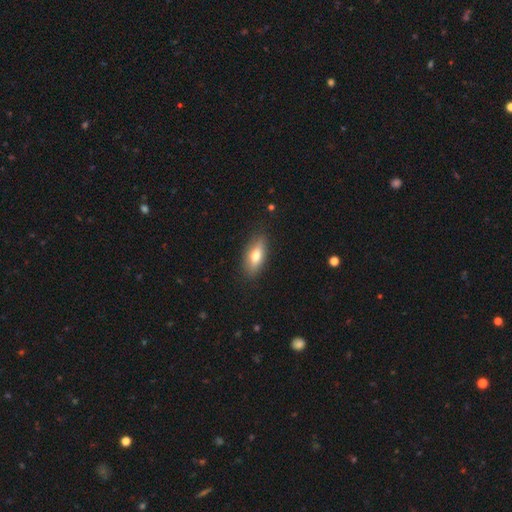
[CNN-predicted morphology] A smooth galaxy with no disk features (69%) that is in between round and cigar-shaped (77%). Merging: none (84%).